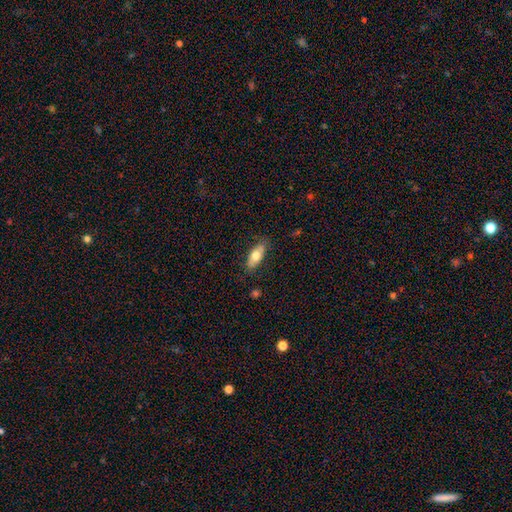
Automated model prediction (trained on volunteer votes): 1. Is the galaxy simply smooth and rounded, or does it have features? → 68% smooth, 26% featured or disk, 6% star or artifact.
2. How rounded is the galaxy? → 78% in between, 20% cigar-shaped, 3% round.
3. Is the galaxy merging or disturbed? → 80% none, 15% minor disturbance, 3% major disturbance, 1% merger.